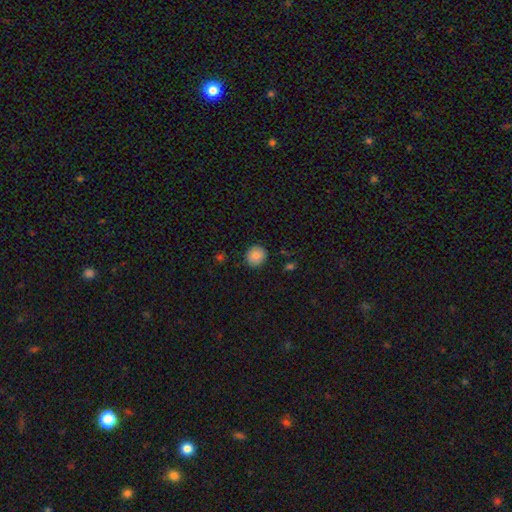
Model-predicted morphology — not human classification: The model was most divided on "how rounded": round: 87%, in between: 12%, cigar-shaped: 1%. More confident: merging — none (89%); smooth or featured — smooth (87%).